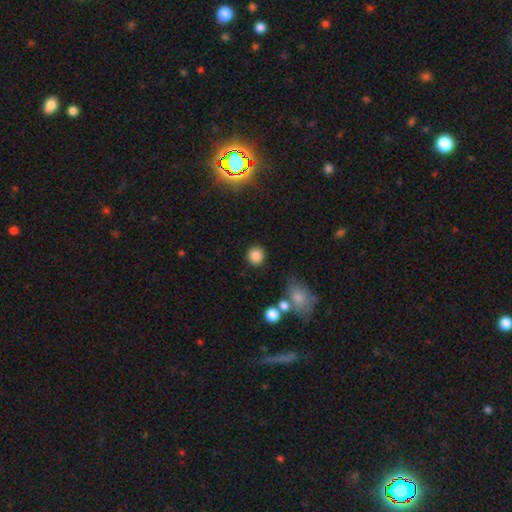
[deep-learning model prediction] This appears to be a smooth galaxy with no disk features (85%) that is round (90%). Merging: none (86%).